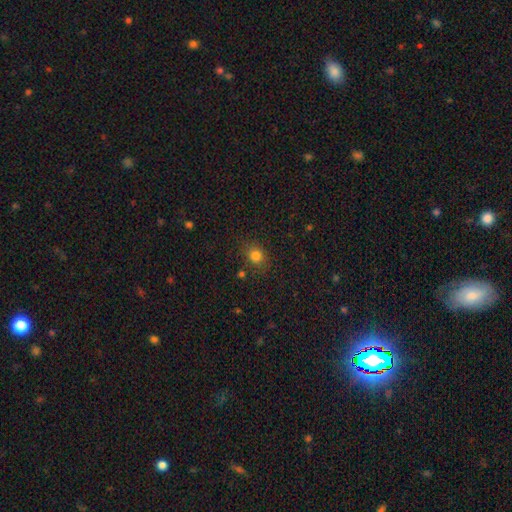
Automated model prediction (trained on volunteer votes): Smooth or featured? smooth (80%)
How rounded? round (66%)
Merging? none (80%)